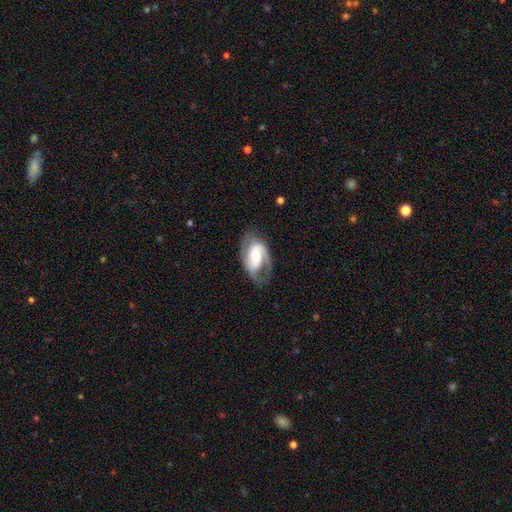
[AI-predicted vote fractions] Overall: featured or disk (81%). Edge-on disk: no (96%). Bar: weak (40%; no 33%). Spiral arms: yes (92%). Spiral arm count: 2 (86%). Spiral winding: medium (51%; tight 27%). Bulge size: moderate (53%; small 21%). Merging: none (69%).